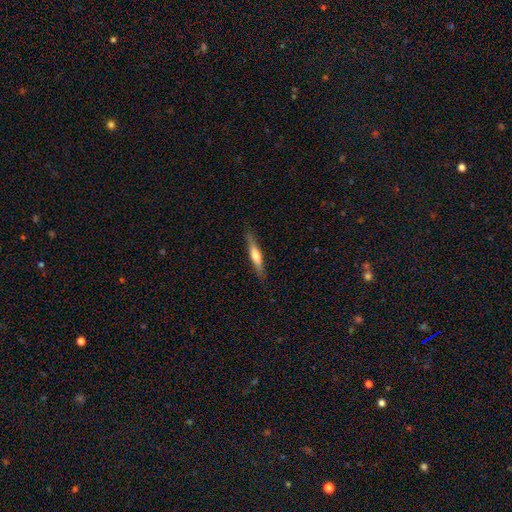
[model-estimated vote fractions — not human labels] Overall: featured or disk (47%, tied with smooth). Merging: none (86%).